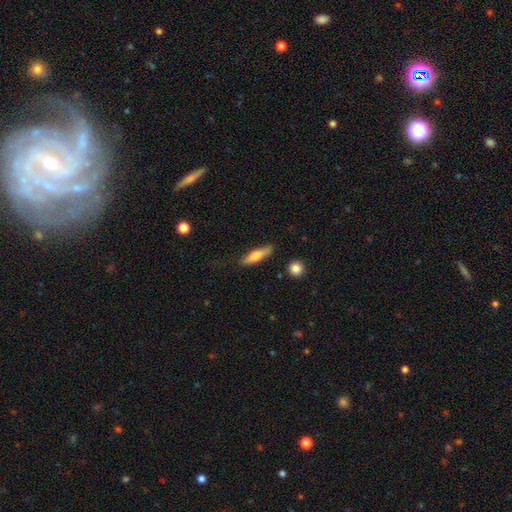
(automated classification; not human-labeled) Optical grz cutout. It shows a smooth galaxy with no disk features (70%) that is cigar-shaped (67%). Merging: none (78%).